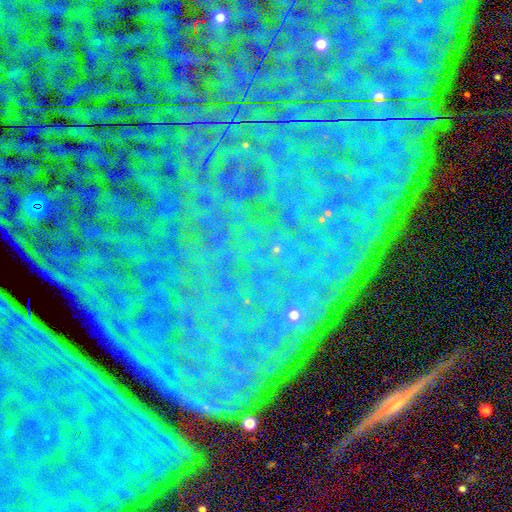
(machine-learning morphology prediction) The model was most divided on "smooth or featured": star or artifact: 84%, featured or disk: 9%, smooth: 7%.